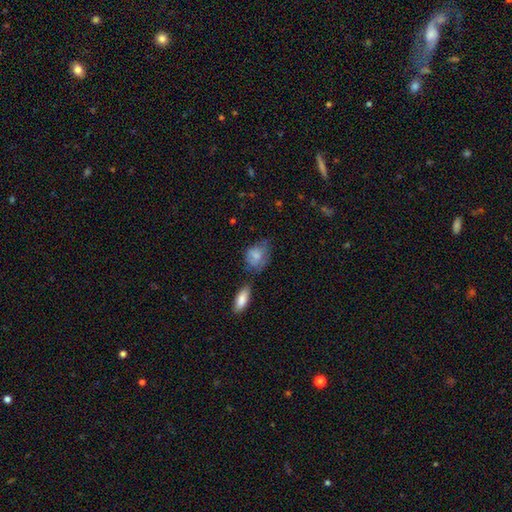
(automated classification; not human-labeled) Q: Smooth or featured?
A: smooth (75%); runner-up: featured or disk (17%)
Q: How rounded?
A: in between (60%); runner-up: round (38%)
Q: Merging?
A: none (42%); runner-up: minor disturbance (33%)